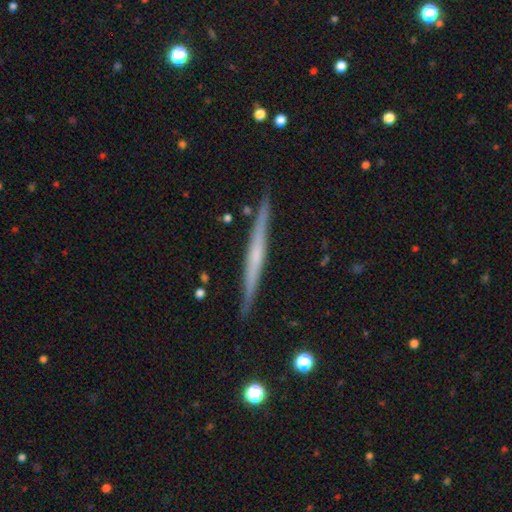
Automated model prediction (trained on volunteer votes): smooth-or-featured: featured or disk: 62% | smooth: 32% | star or artifact: 6%
  disk-edge-on: yes: 98% | no: 2%
    edge-on-bulge: none: 66% | rounded: 26% | boxy: 8%
  merging: none: 90% | minor disturbance: 7% | merger: 1% | major disturbance: 1%